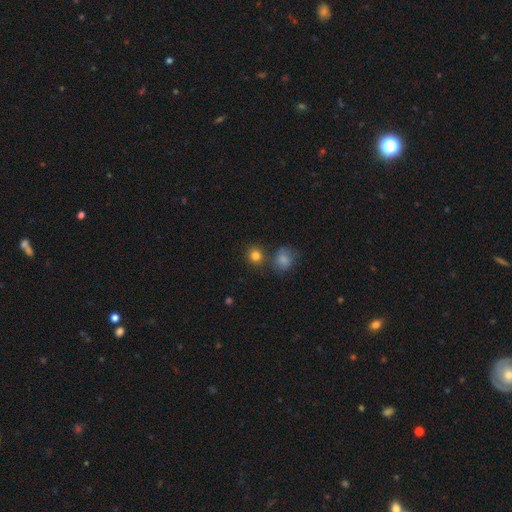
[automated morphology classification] A smooth galaxy with no disk features (82%) that is round (87%). Merging: none (73%).